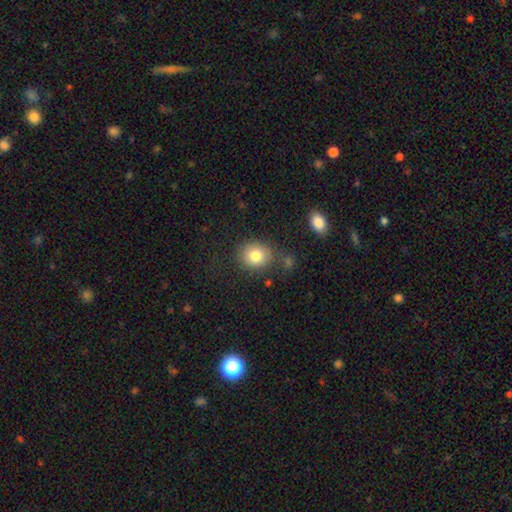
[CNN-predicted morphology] Smooth or featured?
  - smooth: 81% *
  - star or artifact: 10%
  - featured or disk: 9%
How rounded?
  - round: 73% *
  - in between: 27%
  - cigar-shaped: 1%
Merging?
  - none: 75% *
  - minor disturbance: 14%
  - merger: 6%
  - major disturbance: 5%